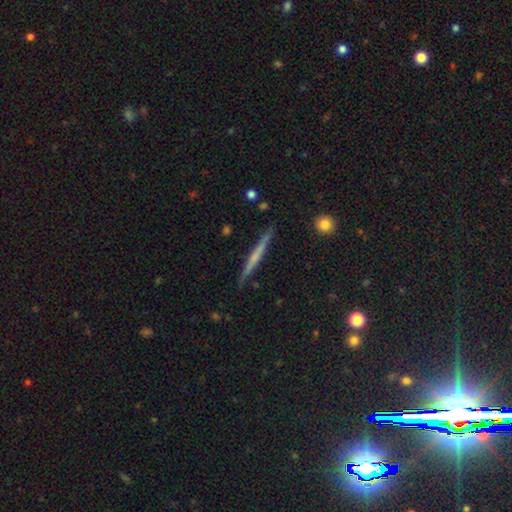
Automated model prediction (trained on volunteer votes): Q: Smooth or featured?
A: featured or disk (54%); runner-up: smooth (39%)
Q: Edge-on disk?
A: yes (97%); runner-up: no (3%)
Q: Edge-on bulge?
A: none (70%); runner-up: rounded (20%)
Q: Merging?
A: none (90%); runner-up: minor disturbance (8%)